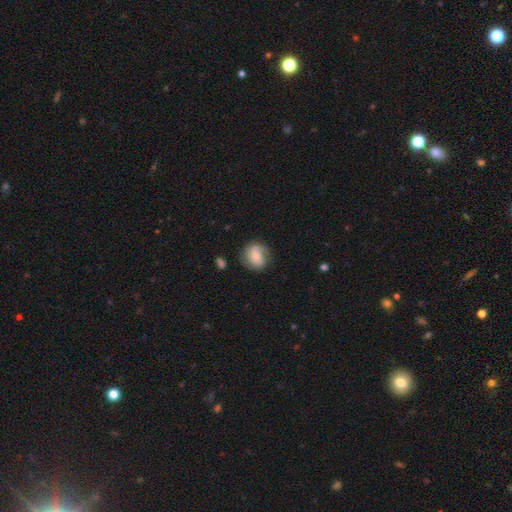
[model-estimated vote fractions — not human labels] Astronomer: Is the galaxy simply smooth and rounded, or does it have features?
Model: featured or disk — 56% (runner-up: smooth, 37%).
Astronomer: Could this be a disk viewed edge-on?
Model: no — 97%.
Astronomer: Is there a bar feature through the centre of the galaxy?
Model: no — 59%.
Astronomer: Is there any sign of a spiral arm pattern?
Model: yes — 87%.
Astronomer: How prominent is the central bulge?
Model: small — 52% (runner-up: moderate, 38%).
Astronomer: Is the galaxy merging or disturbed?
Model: none — 67%.